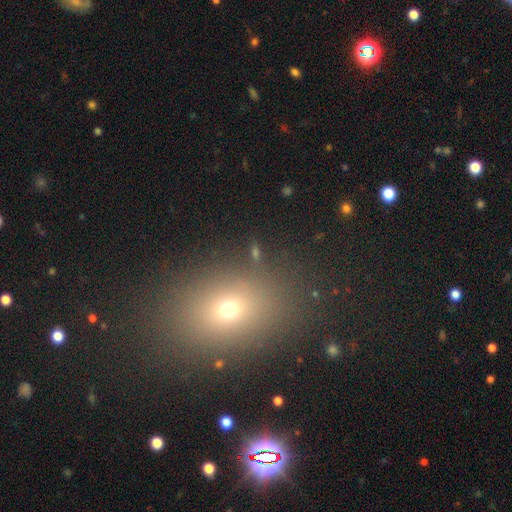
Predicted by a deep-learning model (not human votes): Q: Smooth or featured?
A: smooth (60%); runner-up: star or artifact (26%)
Q: How rounded?
A: in between (58%); runner-up: round (39%)
Q: Merging?
A: none (80%); runner-up: minor disturbance (9%)